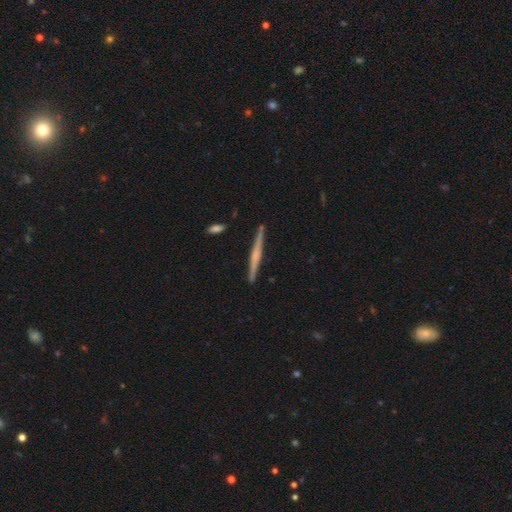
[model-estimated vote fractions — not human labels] The model was most divided on "edge-on bulge": rounded: 49%, none: 33%, boxy: 17%. More confident: edge-on disk — yes (98%); merging — none (91%); smooth or featured — featured or disk (67%).